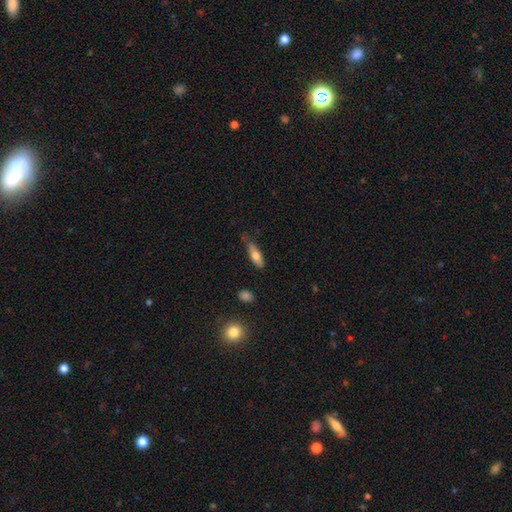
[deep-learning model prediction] This appears to be a smooth galaxy with no disk features (68%) that is in between round and cigar-shaped (49%). Merging: none (66%).